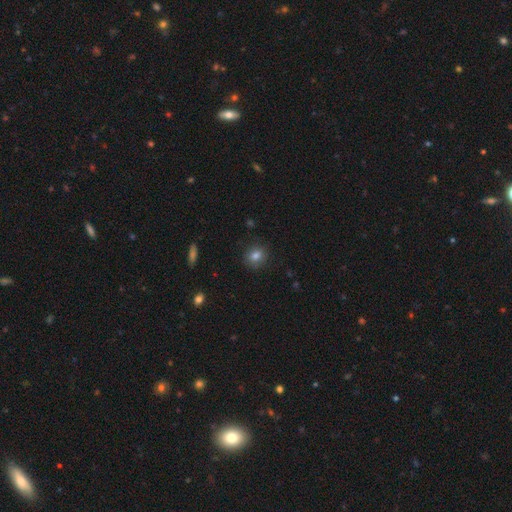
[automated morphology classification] Smooth or featured? smooth (81%)
How rounded? round (74%)
Merging? none (88%)